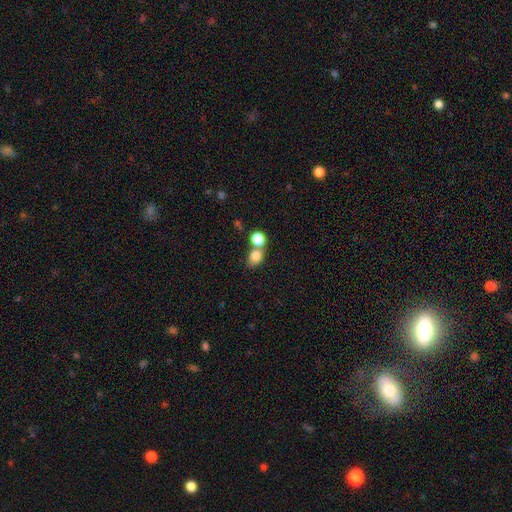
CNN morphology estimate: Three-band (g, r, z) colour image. It shows a smooth galaxy with no disk features (80%) that is round (54%). Merging: merger (46%).